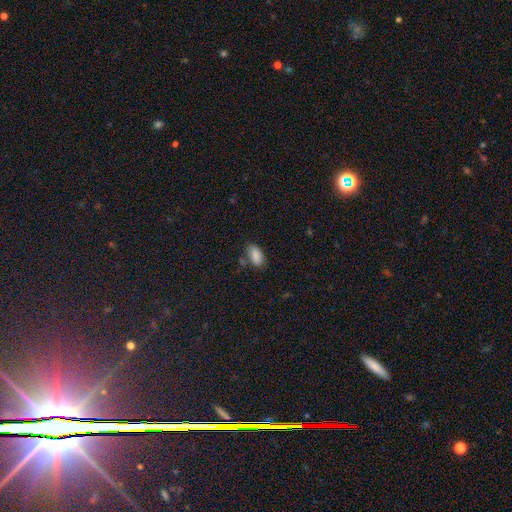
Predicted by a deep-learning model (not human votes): smooth_or_featured: smooth (p=0.87) [alt: star or artifact p=0.08]
how_rounded: in between (p=0.92) [alt: round p=0.04]
merging: none (p=0.70) [alt: minor disturbance p=0.19]